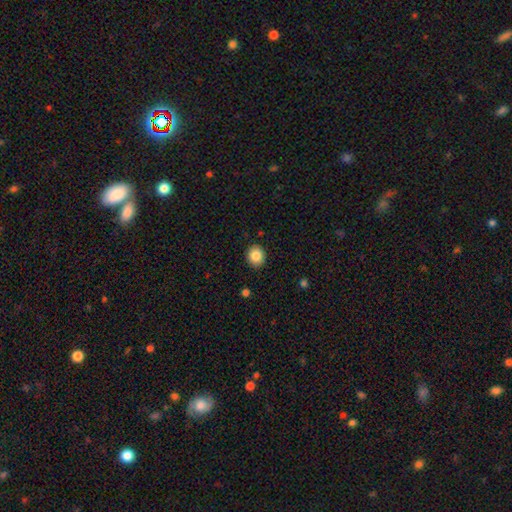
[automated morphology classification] type=smooth (86%); roundness=round (79%); merging=none (90%).